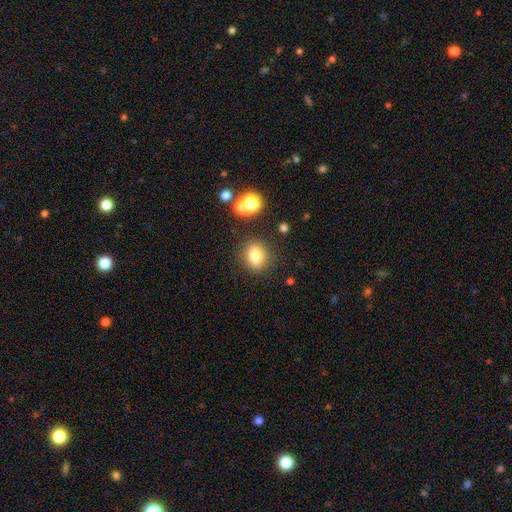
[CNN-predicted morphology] A smooth galaxy with no disk features (75%) that is round (58%).

Vote fractions:
- Smooth or featured? smooth: 75% / star or artifact: 13% / featured or disk: 12%
- How rounded? round: 58% / in between: 41% / cigar-shaped: 2%
- Merging? none: 84% / minor disturbance: 9% / merger: 4% / major disturbance: 3%